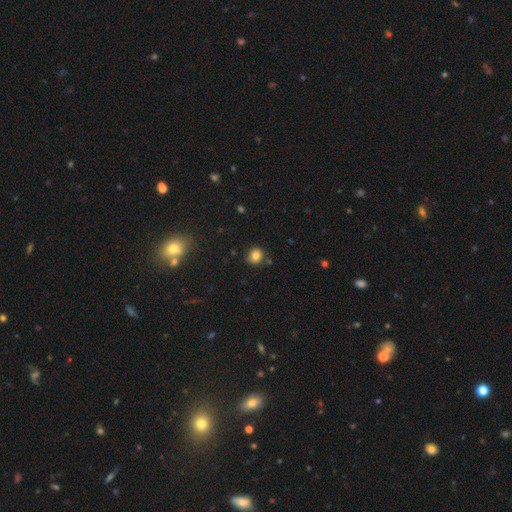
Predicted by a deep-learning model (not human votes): smooth-or-featured: smooth: 80% | star or artifact: 12% | featured or disk: 8%
  how-rounded: round: 75% | in between: 24% | cigar-shaped: 1%
  merging: none: 81% | minor disturbance: 12% | merger: 4% | major disturbance: 3%